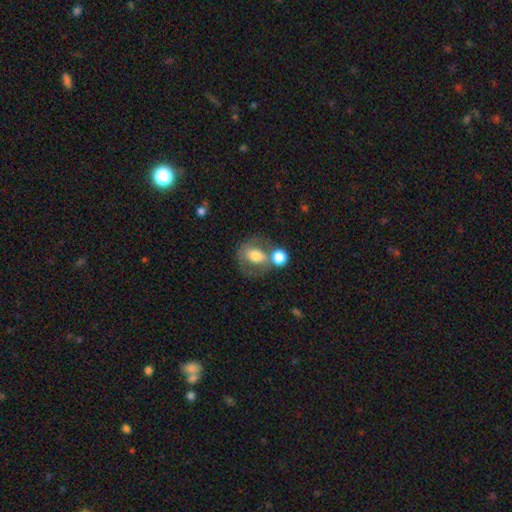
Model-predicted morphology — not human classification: The model was most divided on "how rounded": round: 50%, in between: 48%, cigar-shaped: 2%. Remaining: smooth or featured — smooth (59%); merging — none (41%).